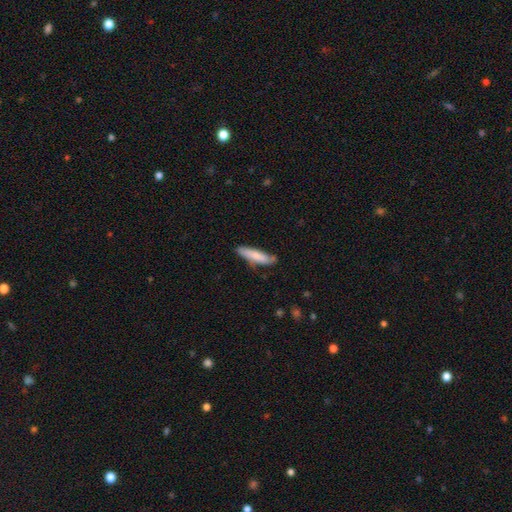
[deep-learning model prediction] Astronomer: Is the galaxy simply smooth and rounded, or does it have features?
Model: smooth — 75%.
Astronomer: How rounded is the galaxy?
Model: cigar-shaped — 74%.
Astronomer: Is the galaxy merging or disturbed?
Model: none — 74%.